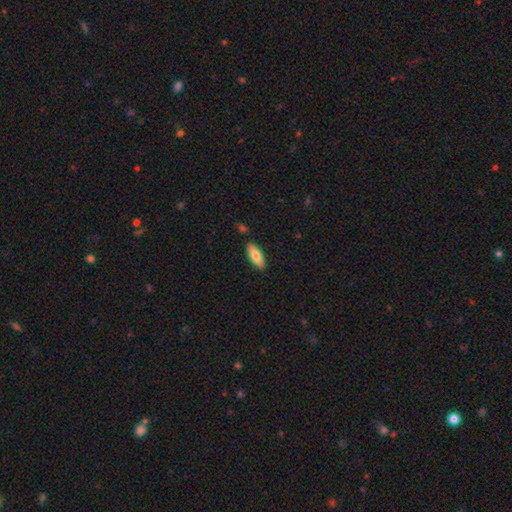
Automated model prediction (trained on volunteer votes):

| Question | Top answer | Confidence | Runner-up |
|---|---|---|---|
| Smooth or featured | smooth | 75% | featured or disk (19%) |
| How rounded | in between | 75% | cigar-shaped (23%) |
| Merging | none | 86% | minor disturbance (10%) |